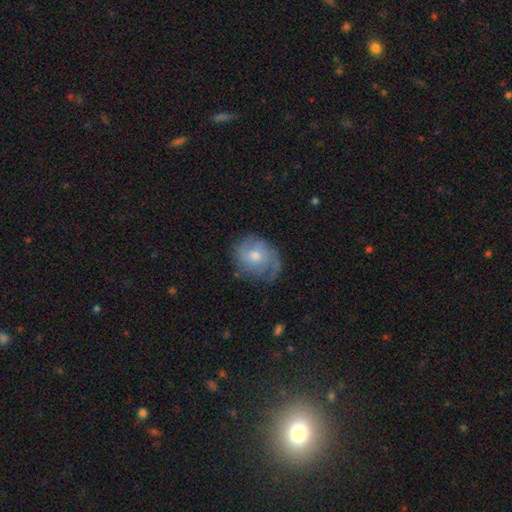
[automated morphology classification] Smooth or featured: featured or disk — 55% (smooth — 37%)
Edge-on disk: no — 96% (yes — 4%)
Bar: no — 75% (weak — 22%)
Spiral arms: yes — 79% (no — 21%)
Bulge size: moderate — 56% (small — 38%)
Merging: none — 58% (minor disturbance — 27%)